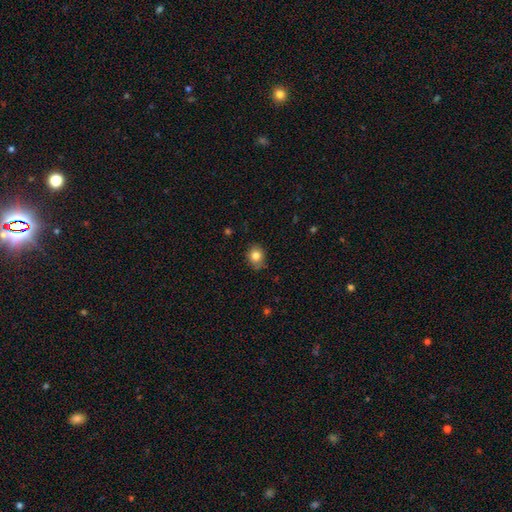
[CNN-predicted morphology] The model was most divided on "how rounded": round: 65%, in between: 34%, cigar-shaped: 1%. More confident: smooth or featured — smooth (83%); merging — none (81%).